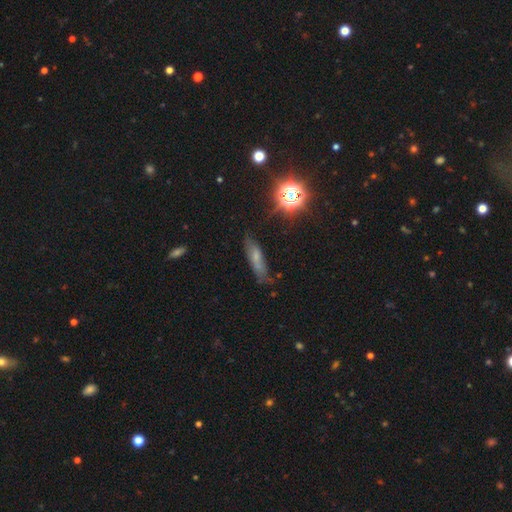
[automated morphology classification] This appears to be a smooth galaxy with no disk features (46%). Merging: none (67%).